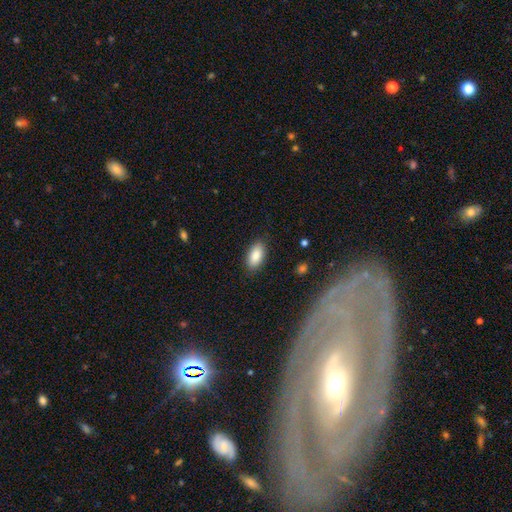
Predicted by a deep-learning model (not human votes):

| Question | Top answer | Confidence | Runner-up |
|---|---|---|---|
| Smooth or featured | smooth | 87% | star or artifact (7%) |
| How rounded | in between | 91% | cigar-shaped (6%) |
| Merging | none | 86% | minor disturbance (10%) |